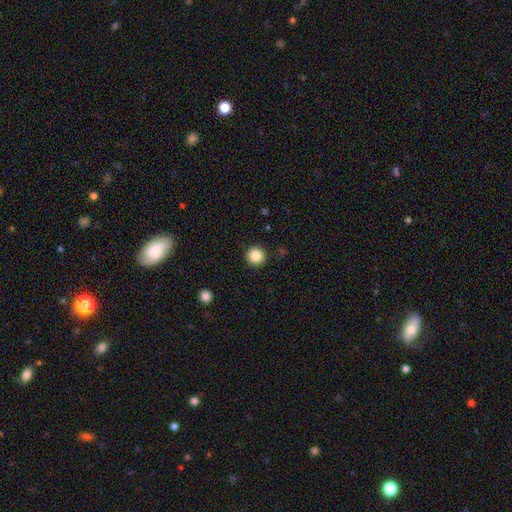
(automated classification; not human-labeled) Smooth or featured: smooth — 85% (star or artifact — 10%)
How rounded: round — 95% (in between — 4%)
Merging: none — 92% (minor disturbance — 5%)